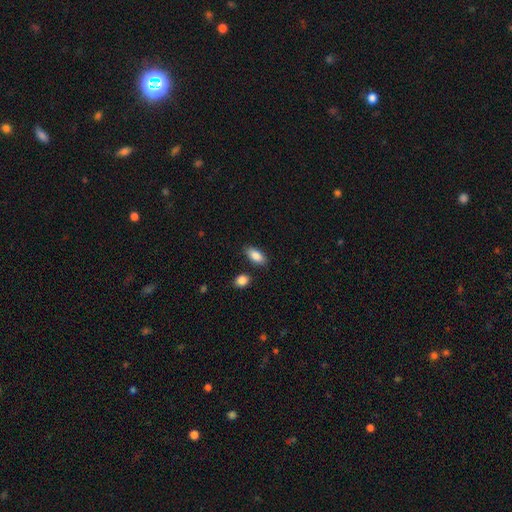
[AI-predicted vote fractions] Q: Smooth or featured?
A: smooth (87%); runner-up: star or artifact (7%)
Q: How rounded?
A: in between (90%); runner-up: cigar-shaped (7%)
Q: Merging?
A: none (83%); runner-up: minor disturbance (11%)